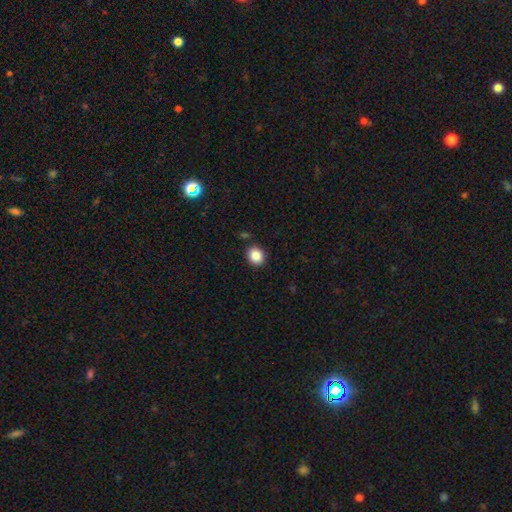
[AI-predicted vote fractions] The model was most divided on "how rounded": round: 70%, in between: 29%, cigar-shaped: 1%. More confident: merging — none (88%); smooth or featured — smooth (87%).